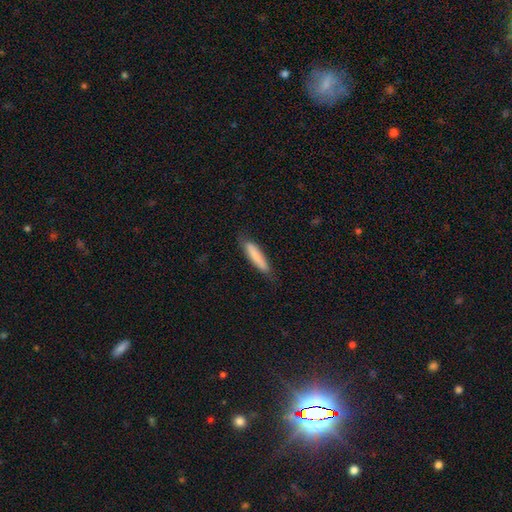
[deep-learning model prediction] Smooth or featured? Predicted: smooth (p=0.82). How rounded? Predicted: cigar-shaped (p=0.83). Merging? Predicted: none (p=0.80).